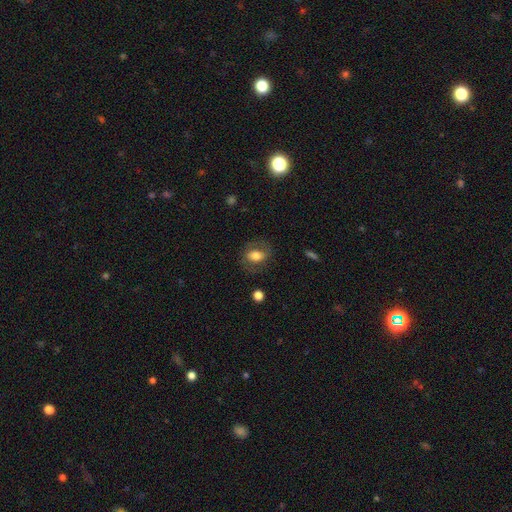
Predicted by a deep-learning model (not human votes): Morphology: type=smooth (62%); roundness=in between (71%); merging=none (73%).